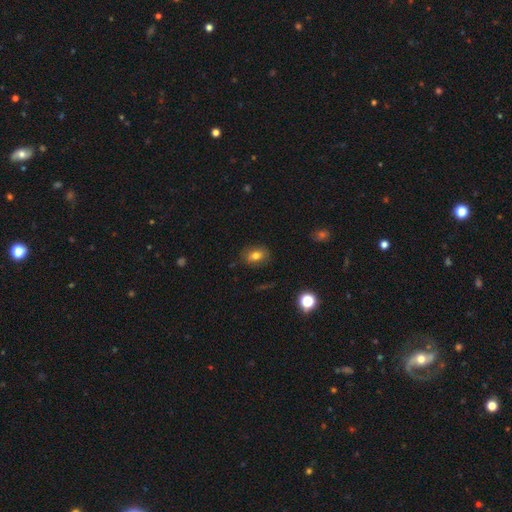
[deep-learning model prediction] smooth_or_featured: smooth (p=0.74) [alt: featured or disk p=0.14]
how_rounded: in between (p=0.72) [alt: round p=0.26]
merging: none (p=0.82) [alt: minor disturbance p=0.13]